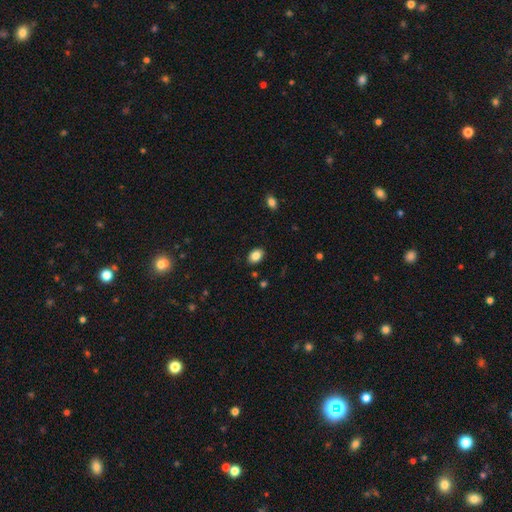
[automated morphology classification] smooth-or-featured: smooth: 86% | star or artifact: 8% | featured or disk: 6%
  how-rounded: in between: 80% | round: 19% | cigar-shaped: 1%
  merging: none: 87% | minor disturbance: 9% | major disturbance: 2% | merger: 1%